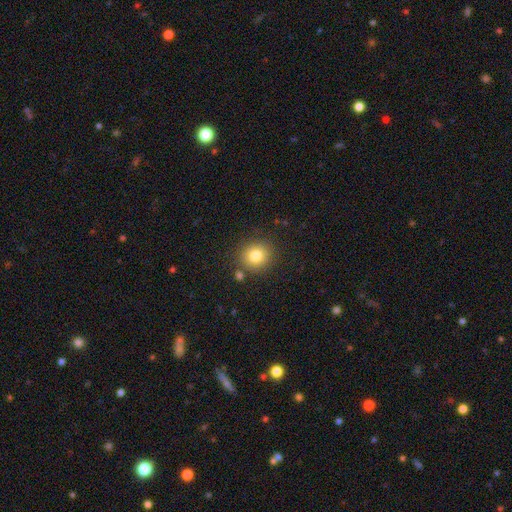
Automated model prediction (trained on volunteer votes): A smooth galaxy with no disk features (80%) that is round (87%). Merging: none (84%).